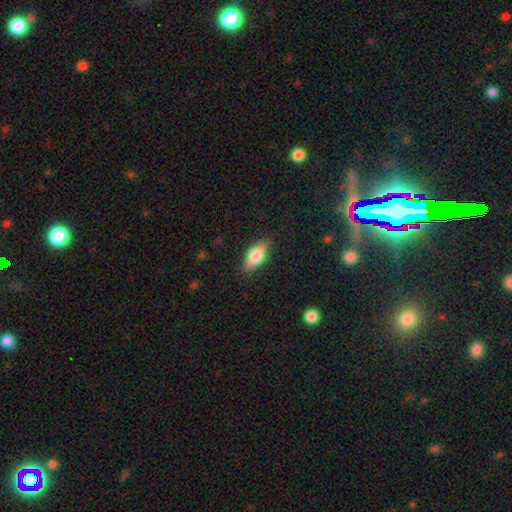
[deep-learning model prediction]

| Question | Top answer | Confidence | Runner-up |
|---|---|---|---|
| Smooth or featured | smooth | 77% | featured or disk (16%) |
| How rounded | in between | 84% | cigar-shaped (13%) |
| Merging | none | 81% | minor disturbance (15%) |